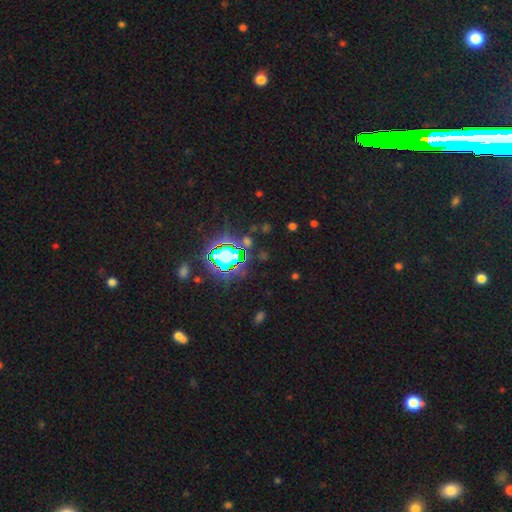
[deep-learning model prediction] The model was most divided on "smooth or featured": star or artifact: 80%, smooth: 12%, featured or disk: 8%.